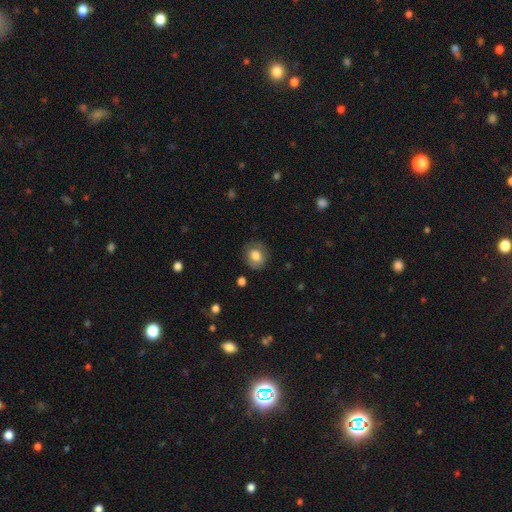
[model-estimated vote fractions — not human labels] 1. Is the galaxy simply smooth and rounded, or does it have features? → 78% smooth, 13% featured or disk, 8% star or artifact.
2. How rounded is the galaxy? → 71% round, 28% in between, 1% cigar-shaped.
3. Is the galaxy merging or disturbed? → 83% none, 12% minor disturbance, 3% major disturbance, 1% merger.